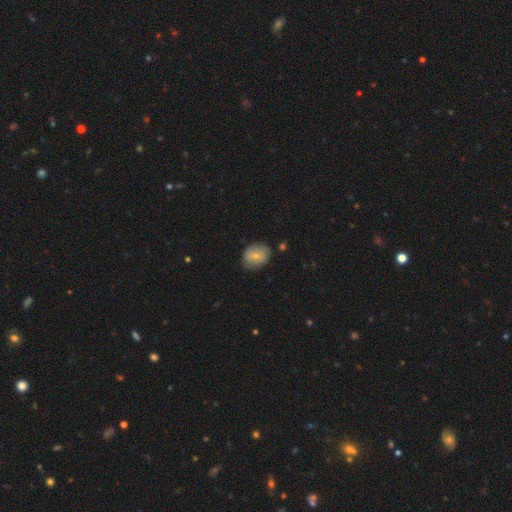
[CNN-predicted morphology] smooth-or-featured: smooth: 71% | featured or disk: 21% | star or artifact: 8%
  how-rounded: in between: 54% | round: 45% | cigar-shaped: 1%
  merging: none: 73% | minor disturbance: 20% | major disturbance: 4% | merger: 3%